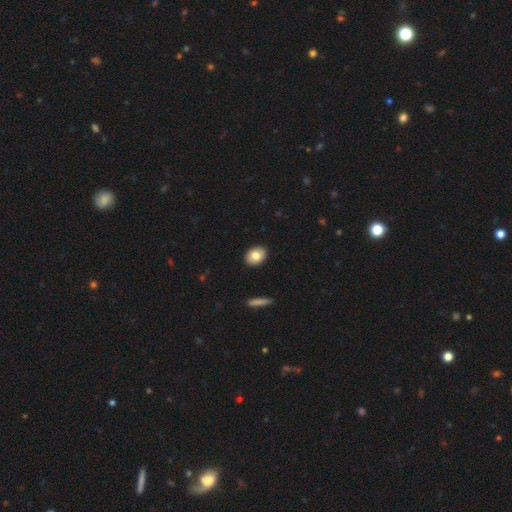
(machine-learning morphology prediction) Smooth or featured? Predicted: smooth (p=0.81). How rounded? Predicted: in between (p=0.66). Merging? Predicted: none (p=0.91).